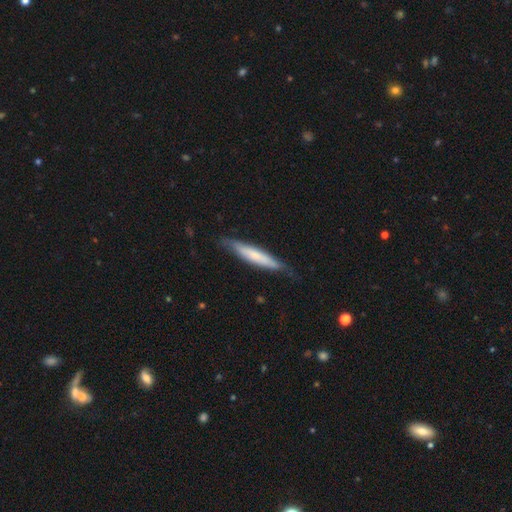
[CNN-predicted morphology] Smooth or featured? smooth (59%)
How rounded? cigar-shaped (91%)
Merging? none (78%)